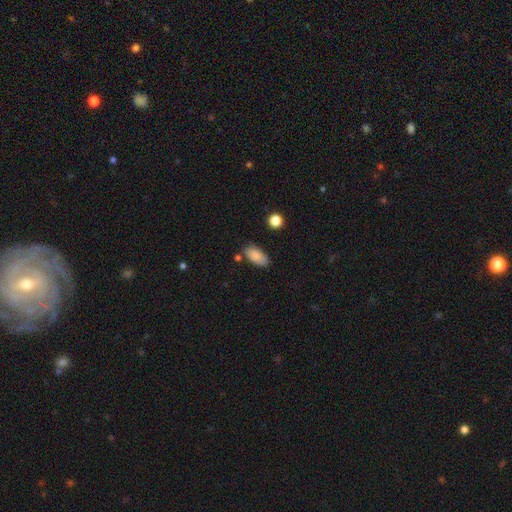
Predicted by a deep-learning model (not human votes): The model was most divided on "merging": none: 75%, minor disturbance: 17%, merger: 4%, major disturbance: 3%. More confident: how rounded — in between (91%); smooth or featured — smooth (85%).